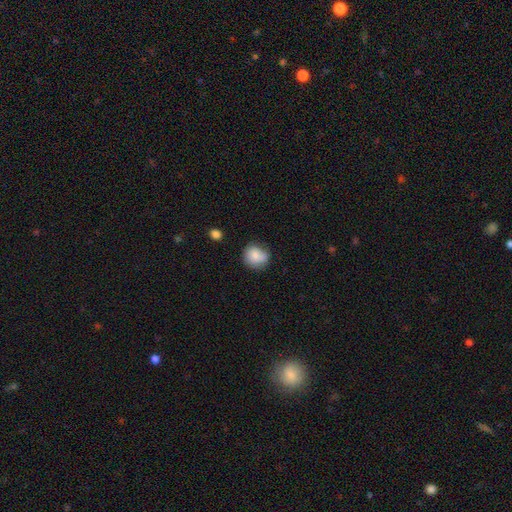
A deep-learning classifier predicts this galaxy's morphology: Smooth or featured?
  - smooth: 81% *
  - featured or disk: 11%
  - star or artifact: 8%
How rounded?
  - round: 80% *
  - in between: 20%
  - cigar-shaped: 1%
Merging?
  - none: 63% *
  - minor disturbance: 27%
  - major disturbance: 7%
  - merger: 3%